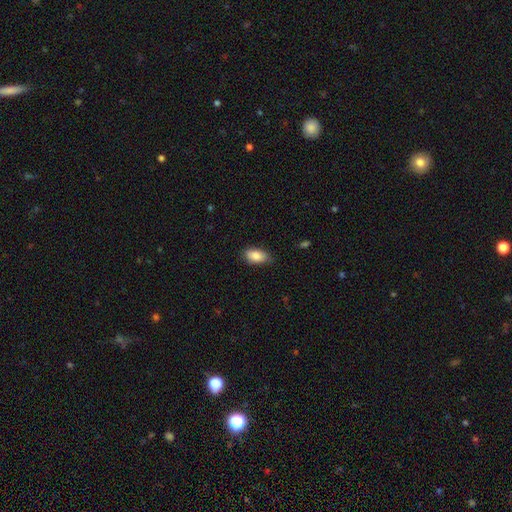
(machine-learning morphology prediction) type=smooth (86%); roundness=in between (92%); merging=none (76%).